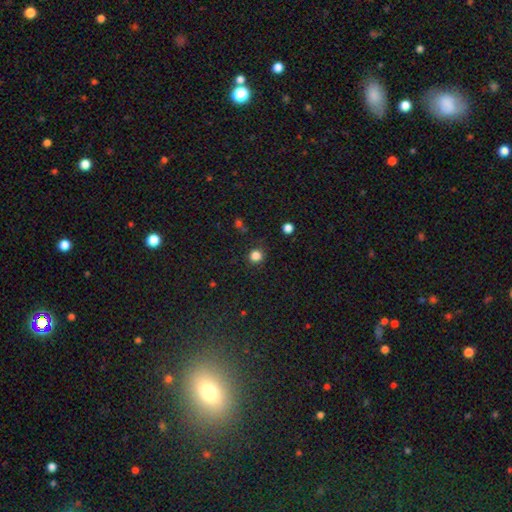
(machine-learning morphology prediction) Smooth or featured: smooth — 83% (star or artifact — 14%)
How rounded: round — 93% (in between — 6%)
Merging: none — 89% (minor disturbance — 7%)